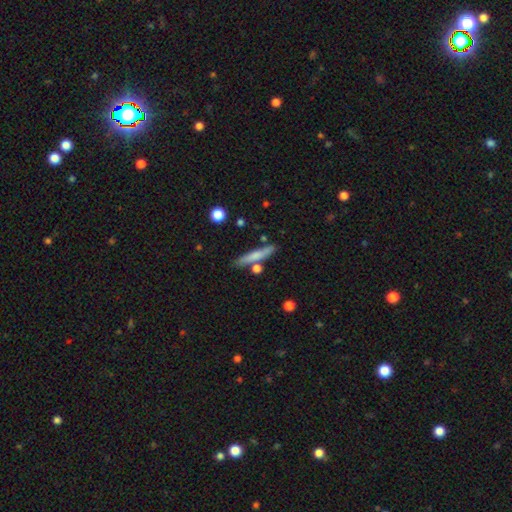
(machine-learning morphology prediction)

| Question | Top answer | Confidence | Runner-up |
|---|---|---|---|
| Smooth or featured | smooth | 64% | featured or disk (29%) |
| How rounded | cigar-shaped | 91% | in between (6%) |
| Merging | none | 79% | minor disturbance (11%) |